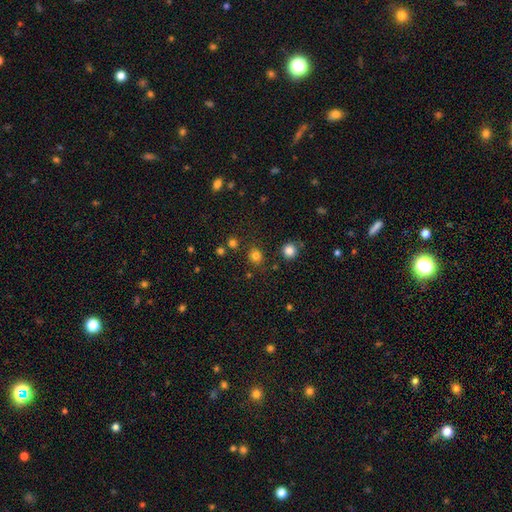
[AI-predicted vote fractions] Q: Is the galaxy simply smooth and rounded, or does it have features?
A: smooth — 79%.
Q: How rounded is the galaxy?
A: round — 85%.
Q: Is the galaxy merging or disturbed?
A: none — 85%.